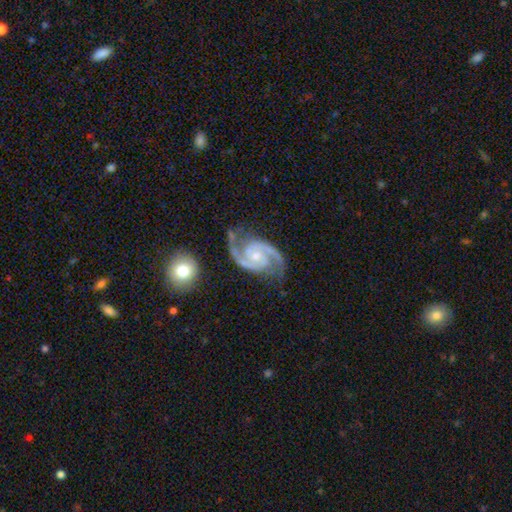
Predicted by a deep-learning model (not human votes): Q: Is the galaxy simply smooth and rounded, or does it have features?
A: featured or disk — 94%.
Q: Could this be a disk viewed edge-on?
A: no — 98%.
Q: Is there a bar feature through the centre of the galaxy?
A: no — 57%.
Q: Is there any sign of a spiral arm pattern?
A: yes — 99%.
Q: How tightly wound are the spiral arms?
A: medium — 63%.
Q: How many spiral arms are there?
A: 2 — 93%.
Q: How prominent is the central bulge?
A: small — 52%.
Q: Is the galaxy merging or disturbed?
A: none — 75%.